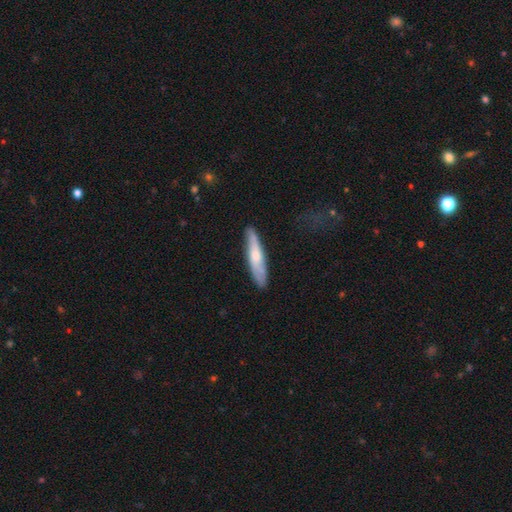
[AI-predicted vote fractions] Smooth or featured? Predicted: smooth (p=0.52). How rounded? Predicted: cigar-shaped (p=0.80). Merging? Predicted: none (p=0.80).